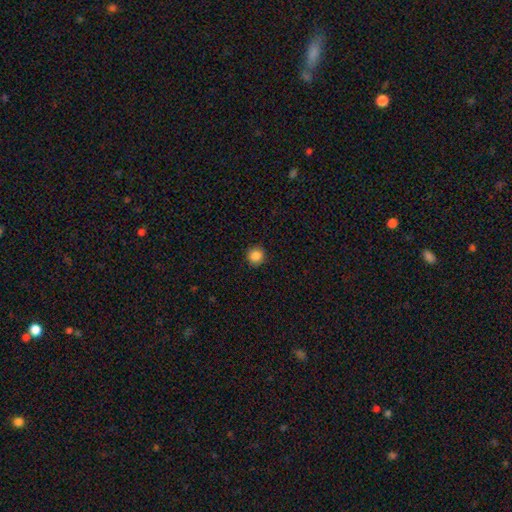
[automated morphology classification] A smooth galaxy with no disk features (87%) that is round (93%).

Vote fractions:
- Smooth or featured? smooth: 87% / star or artifact: 10% / featured or disk: 3%
- How rounded? round: 93% / in between: 6% / cigar-shaped: 1%
- Merging? none: 91% / minor disturbance: 6% / major disturbance: 2% / merger: 1%